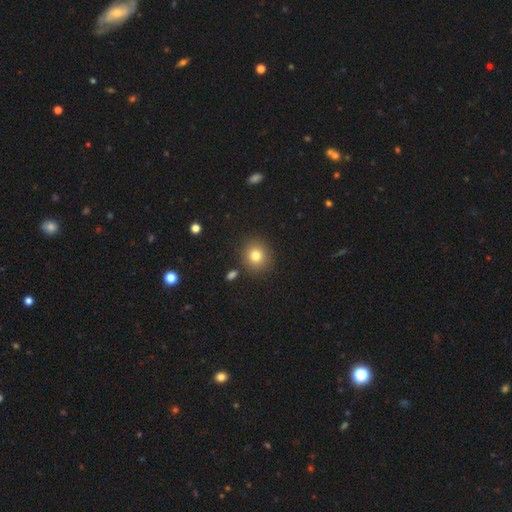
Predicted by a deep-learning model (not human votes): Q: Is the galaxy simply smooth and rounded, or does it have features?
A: smooth — 79%.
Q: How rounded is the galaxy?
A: round — 84%.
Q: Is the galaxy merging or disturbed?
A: none — 87%.